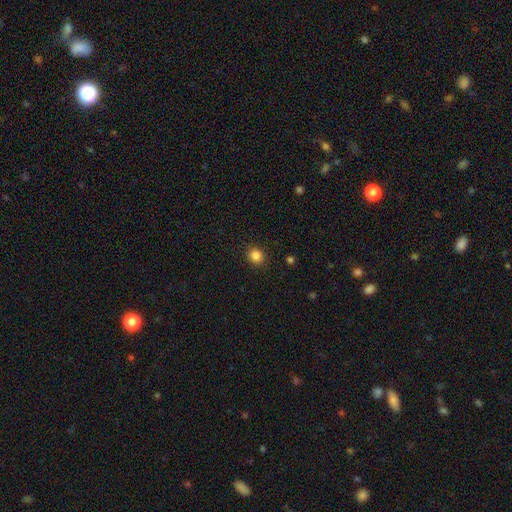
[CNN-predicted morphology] smooth_or_featured: smooth (p=0.85) [alt: star or artifact p=0.11]
how_rounded: round (p=0.81) [alt: in between p=0.18]
merging: none (p=0.90) [alt: minor disturbance p=0.06]